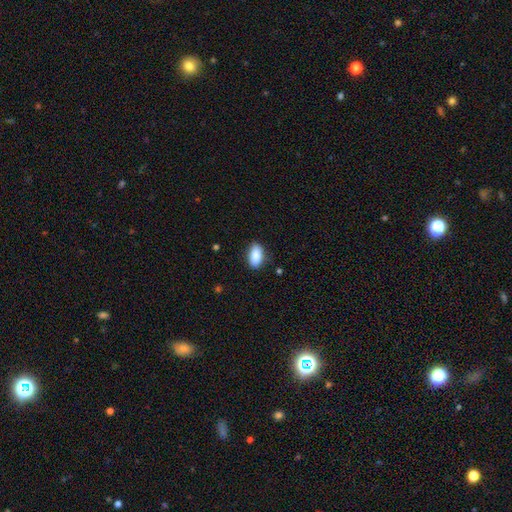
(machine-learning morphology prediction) The model was most divided on "merging": none: 84%, minor disturbance: 12%, major disturbance: 3%, merger: 1%. More confident: how rounded — in between (91%); smooth or featured — smooth (88%).